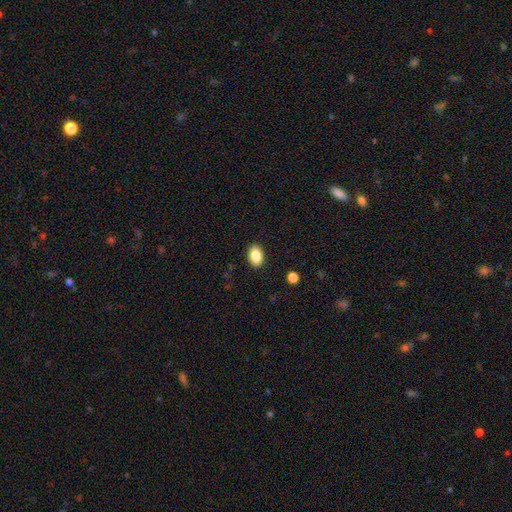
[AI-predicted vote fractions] Smooth or featured: smooth — 86% (star or artifact — 8%)
How rounded: in between — 88% (round — 10%)
Merging: none — 90% (minor disturbance — 7%)